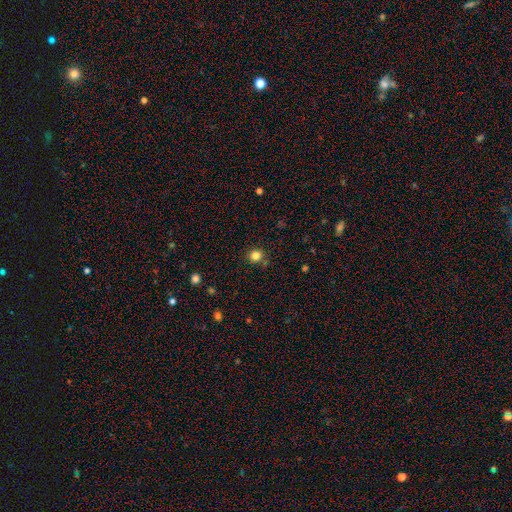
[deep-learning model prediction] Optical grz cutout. It shows a smooth galaxy with no disk features (81%) that is round (89%). Merging: none (84%).